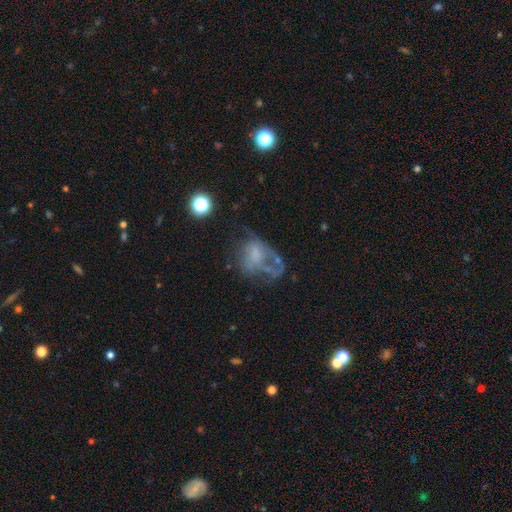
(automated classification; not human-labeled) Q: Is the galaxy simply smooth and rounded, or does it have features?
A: featured or disk — 52%.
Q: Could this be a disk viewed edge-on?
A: no — 97%.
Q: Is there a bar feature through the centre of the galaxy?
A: no — 81%.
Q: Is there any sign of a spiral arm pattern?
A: no — 72%.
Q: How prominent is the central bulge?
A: none — 55%.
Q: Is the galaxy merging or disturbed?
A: major disturbance — 48%.